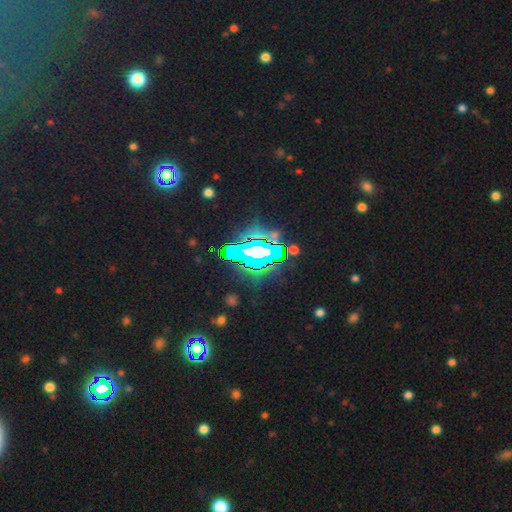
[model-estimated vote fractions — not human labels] smooth-or-featured: star or artifact: 74% | featured or disk: 14% | smooth: 12%